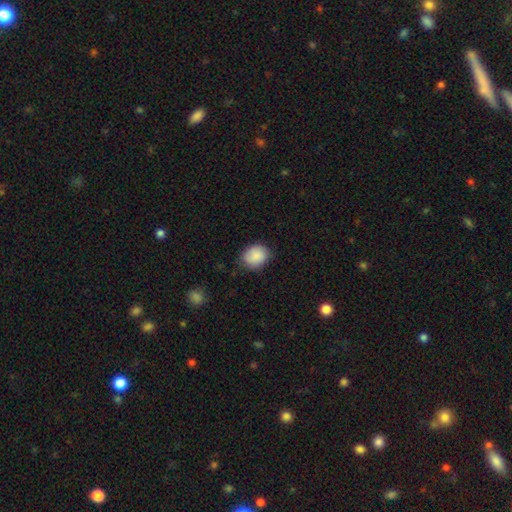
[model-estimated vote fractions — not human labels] Q: Smooth or featured?
A: smooth (86%); runner-up: star or artifact (7%)
Q: How rounded?
A: round (59%); runner-up: in between (40%)
Q: Merging?
A: none (78%); runner-up: minor disturbance (17%)